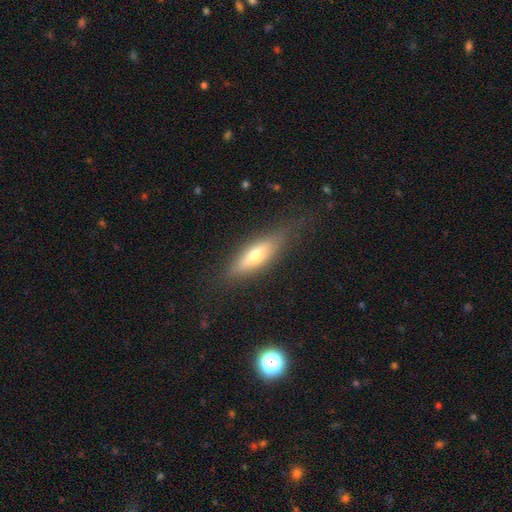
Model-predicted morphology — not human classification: A smooth galaxy with no disk features (54%) that is cigar-shaped (53%). Merging: none (77%).